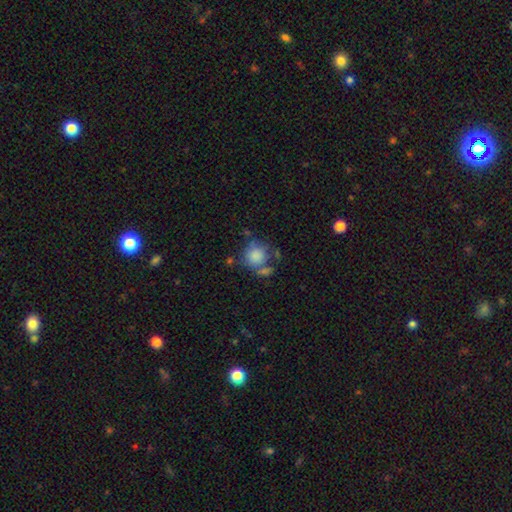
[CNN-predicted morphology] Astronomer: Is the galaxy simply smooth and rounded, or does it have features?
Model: smooth — 80%.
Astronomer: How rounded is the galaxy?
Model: round — 82%.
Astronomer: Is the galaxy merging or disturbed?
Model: none — 45% (runner-up: merger, 25%).